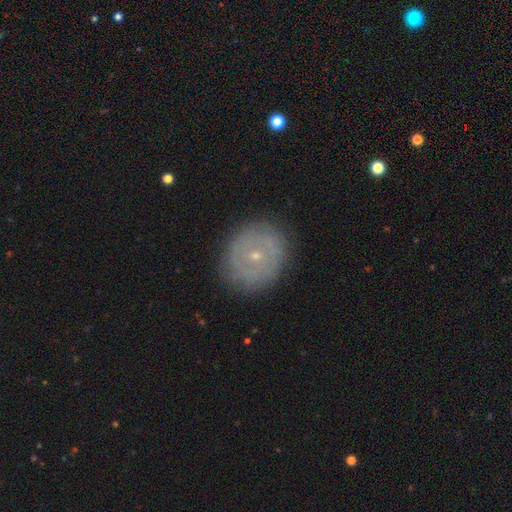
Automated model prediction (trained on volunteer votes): smooth_or_featured: featured or disk (p=0.58) [alt: smooth p=0.33]
disk_edge_on: no (p=0.96) [alt: yes p=0.04]
bar: no (p=0.80) [alt: weak p=0.16]
has_spiral_arms: yes (p=0.50) [tied with: no p=0.50]
bulge_size: small (p=0.76) [alt: moderate p=0.21]
merging: none (p=0.85) [alt: minor disturbance p=0.10]